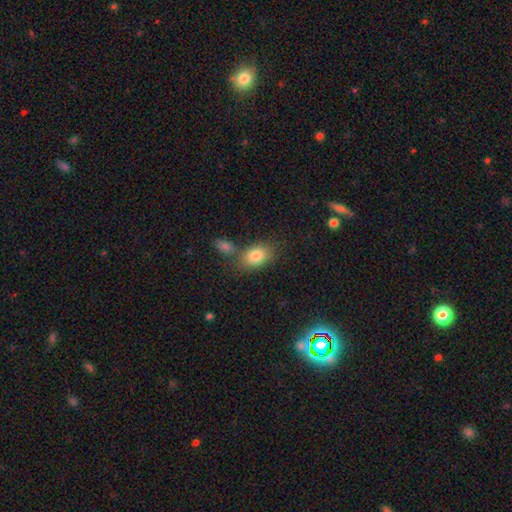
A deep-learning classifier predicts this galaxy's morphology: smooth_or_featured: smooth (p=0.83) [alt: featured or disk p=0.09]
how_rounded: in between (p=0.82) [alt: round p=0.16]
merging: none (p=0.64) [alt: merger p=0.18]